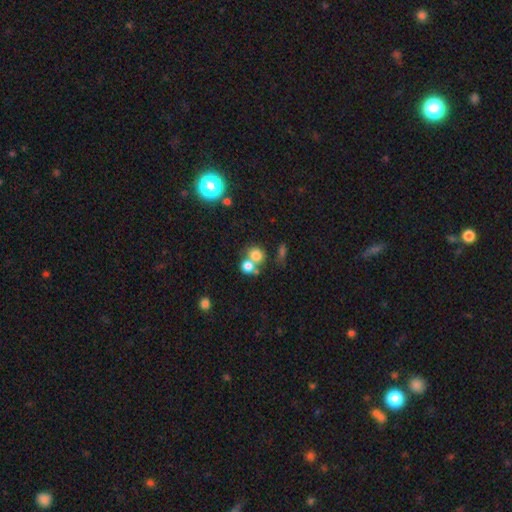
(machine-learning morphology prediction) Overall: smooth (75%). How rounded: round (76%). Merging: merger (47%; none 40%).